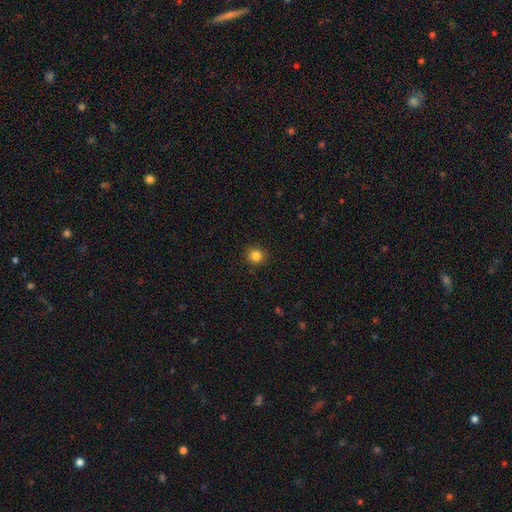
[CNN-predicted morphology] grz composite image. It shows a smooth galaxy with no disk features (84%) that is round (93%). Merging: none (92%).